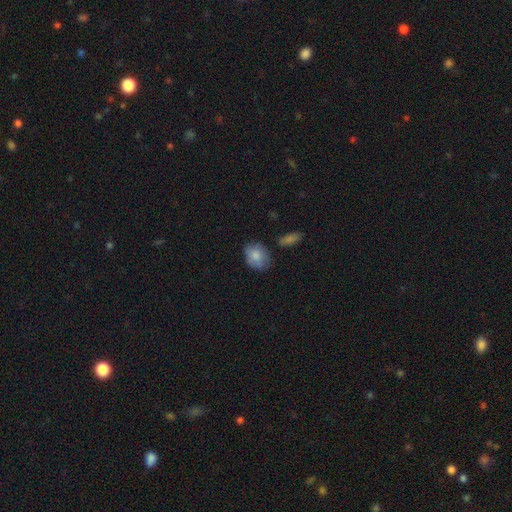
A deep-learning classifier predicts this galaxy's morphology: Smooth or featured: smooth — 81% (featured or disk — 13%)
How rounded: in between — 53% (round — 45%)
Merging: none — 68% (minor disturbance — 23%)